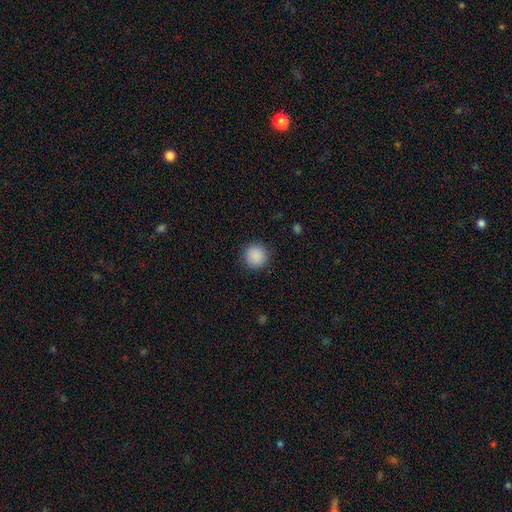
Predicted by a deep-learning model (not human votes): smooth-or-featured: smooth: 89% | star or artifact: 8% | featured or disk: 2%
  how-rounded: round: 95% | in between: 4% | cigar-shaped: 1%
  merging: none: 90% | minor disturbance: 6% | major disturbance: 2% | merger: 1%